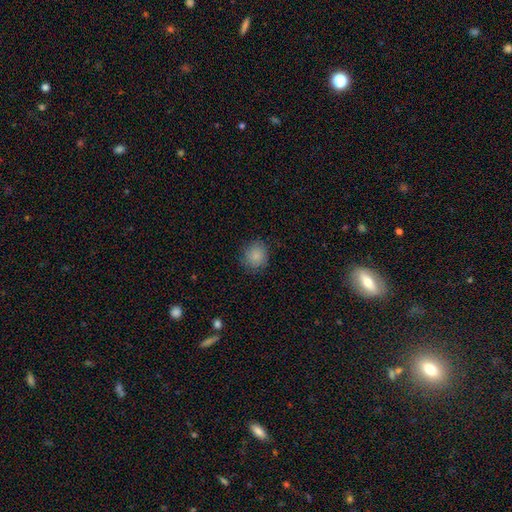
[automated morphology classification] A smooth galaxy with no disk features (85%) that is round (87%). Merging: none (84%).